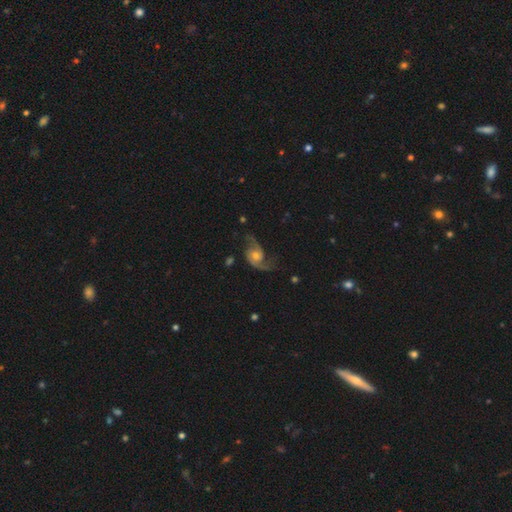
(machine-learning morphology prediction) featured or disk 86%, smooth 8%, star or artifact 6%. Down the decision tree: edge-on disk — no (97%); bar — no (69%); spiral arms — yes (96%); spiral arm count — 2 (91%); spiral winding — loose (53%); bulge size — moderate (58%); merging — none (66%).